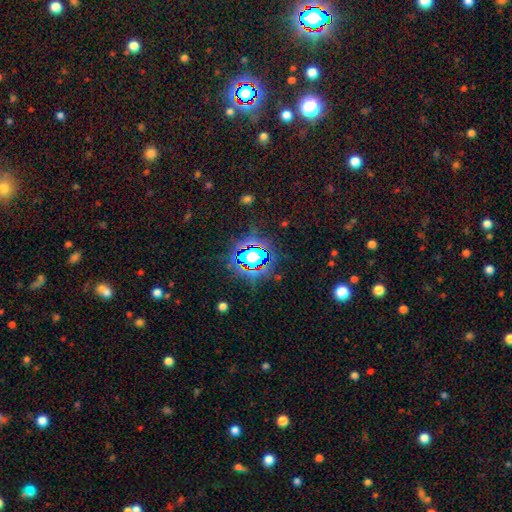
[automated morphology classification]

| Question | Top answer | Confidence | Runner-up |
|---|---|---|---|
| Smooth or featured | star or artifact | 81% | smooth (12%) |